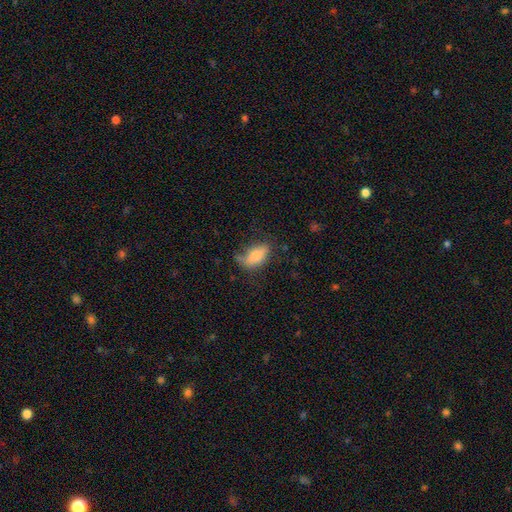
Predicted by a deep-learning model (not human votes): Morphology: type=smooth (77%); roundness=in between (89%); merging=none (49%).